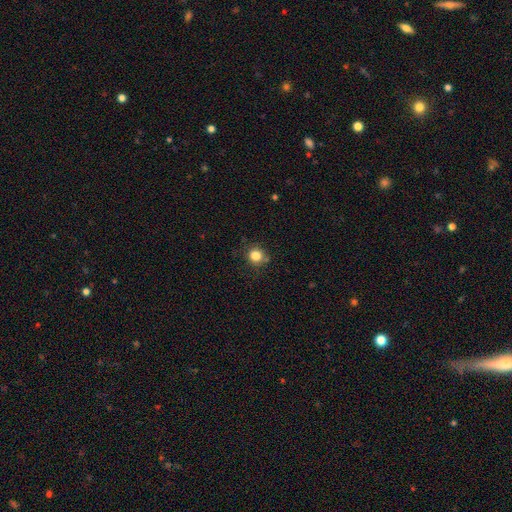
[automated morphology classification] Smooth or featured: smooth — 83% (star or artifact — 12%)
How rounded: round — 89% (in between — 10%)
Merging: none — 80% (minor disturbance — 13%)